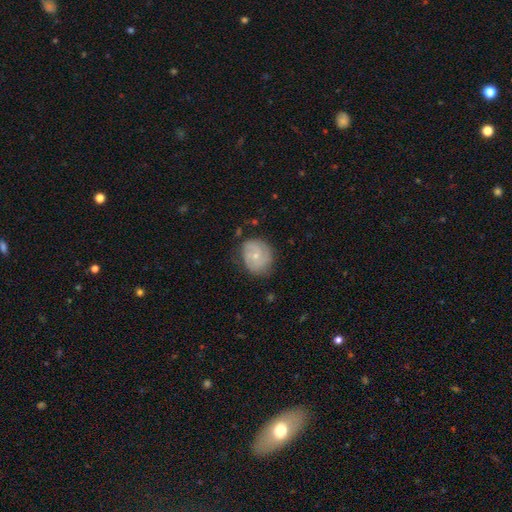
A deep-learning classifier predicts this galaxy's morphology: Smooth or featured? featured or disk (63%)
Edge-on disk? no (98%)
Bar? no (73%)
Spiral arms? yes (86%)
Spiral winding? tight (56%)
Spiral arm count? 2 (41%)
Bulge size? small (70%)
Merging? none (69%)